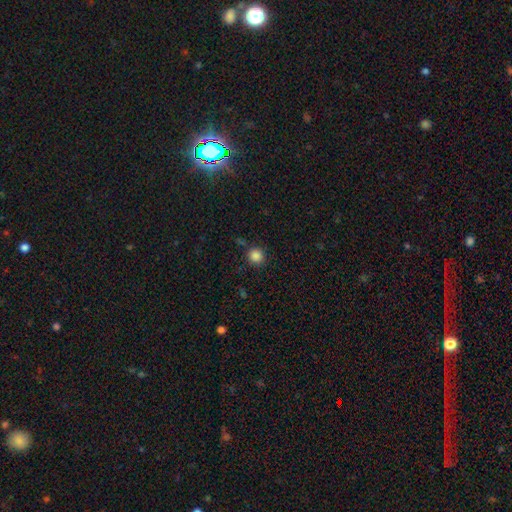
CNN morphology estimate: A smooth galaxy with no disk features (85%) that is round (94%).

Vote fractions:
- Smooth or featured? smooth: 85% / star or artifact: 12% / featured or disk: 3%
- How rounded? round: 94% / in between: 5% / cigar-shaped: 1%
- Merging? none: 84% / minor disturbance: 9% / merger: 4% / major disturbance: 3%